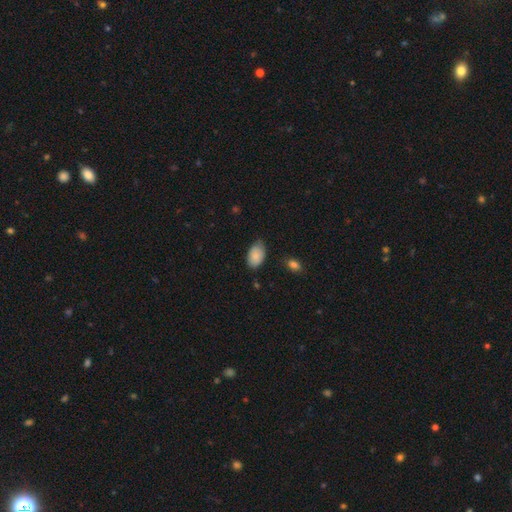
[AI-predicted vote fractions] This is clearly a smooth galaxy (85%). How rounded: clearly in between (92%). Merging: likely none (67%).